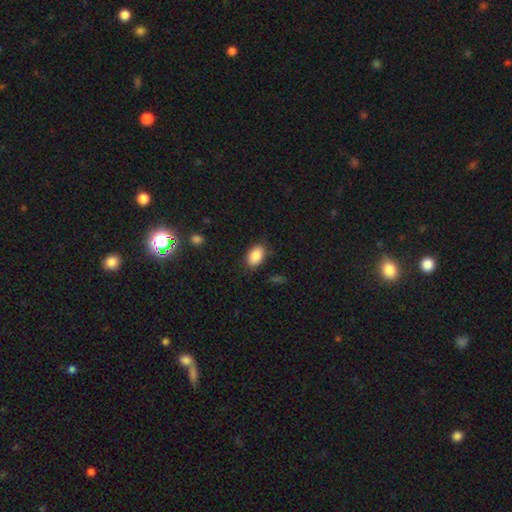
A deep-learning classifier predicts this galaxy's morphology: This appears to be a smooth galaxy with no disk features (88%) that is in between round and cigar-shaped (90%). Merging: none (82%).